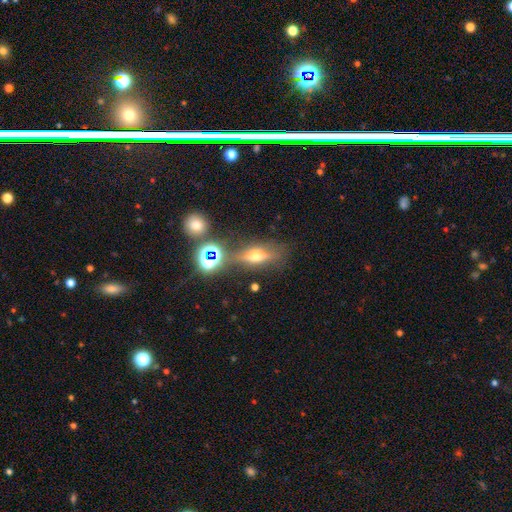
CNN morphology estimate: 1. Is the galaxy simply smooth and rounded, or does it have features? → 49% featured or disk, 31% smooth, 20% star or artifact.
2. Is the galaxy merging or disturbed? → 73% none, 13% minor disturbance, 7% merger, 6% major disturbance.